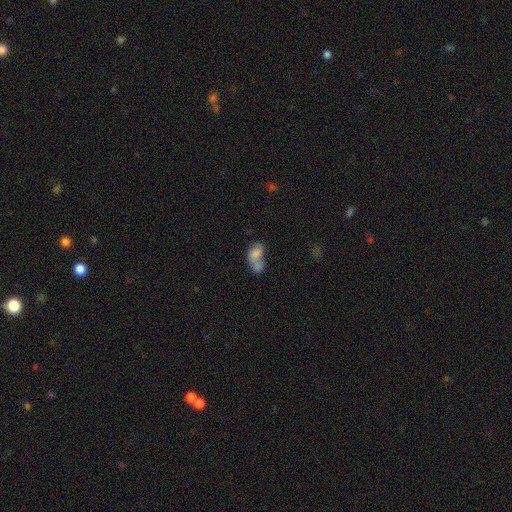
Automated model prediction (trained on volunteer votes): smooth 74%, featured or disk 18%, star or artifact 9%. Down the decision tree: how rounded — in between (82%); merging — merger (69%).